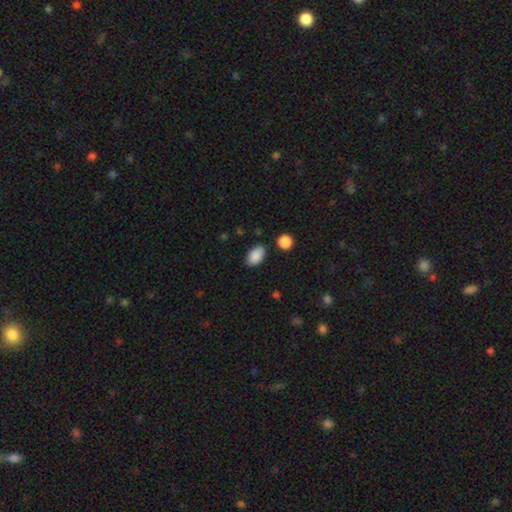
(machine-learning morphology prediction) The model was most divided on "merging": none: 82%, minor disturbance: 12%, merger: 3%, major disturbance: 3%. More confident: how rounded — in between (92%); smooth or featured — smooth (89%).